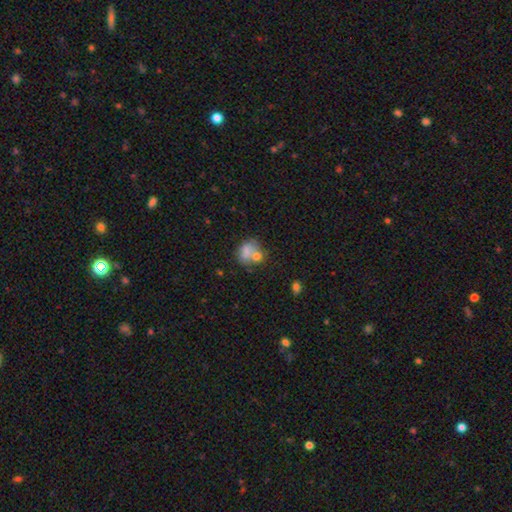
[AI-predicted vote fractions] The model was most divided on "how rounded": round: 51%, in between: 47%, cigar-shaped: 2%. Remaining: smooth or featured — smooth (63%); merging — merger (44%).